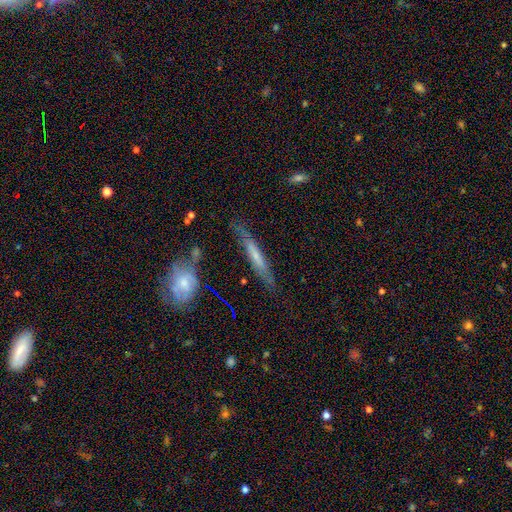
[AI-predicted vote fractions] Smooth or featured: featured or disk — 48% (smooth — 45%)
Merging: none — 72% (minor disturbance — 19%)